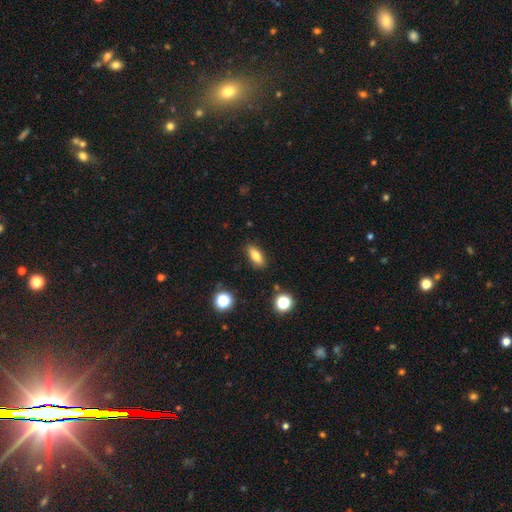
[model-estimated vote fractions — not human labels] Smooth or featured? Predicted: smooth (p=0.80). How rounded? Predicted: in between (p=0.74). Merging? Predicted: none (p=0.87).